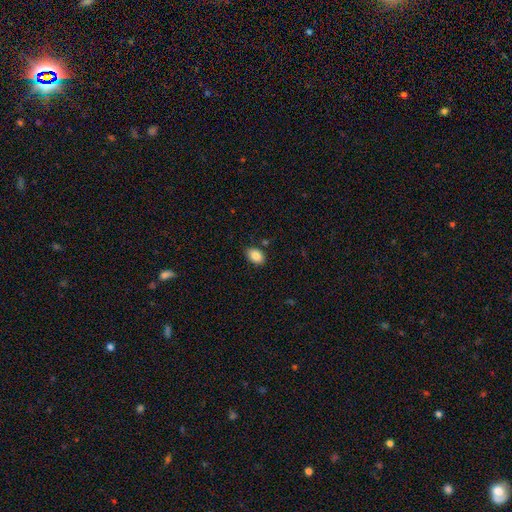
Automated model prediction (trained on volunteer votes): This is clearly a smooth galaxy (85%). How rounded: clearly in between (84%). Merging: clearly none (82%).